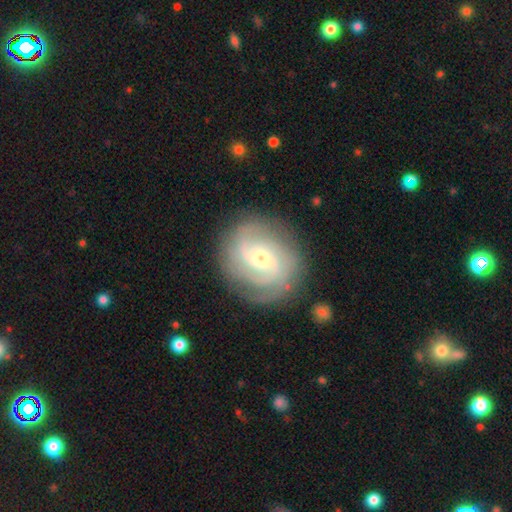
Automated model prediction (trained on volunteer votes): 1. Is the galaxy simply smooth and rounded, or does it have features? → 80% featured or disk, 13% smooth, 6% star or artifact.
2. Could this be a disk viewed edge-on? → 97% no, 3% yes.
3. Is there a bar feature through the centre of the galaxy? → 46% no, 41% weak, 12% strong.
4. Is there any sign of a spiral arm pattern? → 94% yes, 6% no.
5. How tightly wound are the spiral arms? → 56% tight, 33% medium, 11% loose.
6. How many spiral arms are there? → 36% 2, 25% can't tell, 21% 3, 8% 4, 5% 1, 5% more than 4.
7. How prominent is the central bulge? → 59% small, 37% moderate, 2% large, 1% none, 1% dominant.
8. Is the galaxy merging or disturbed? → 82% none, 12% minor disturbance, 5% major disturbance, 1% merger.